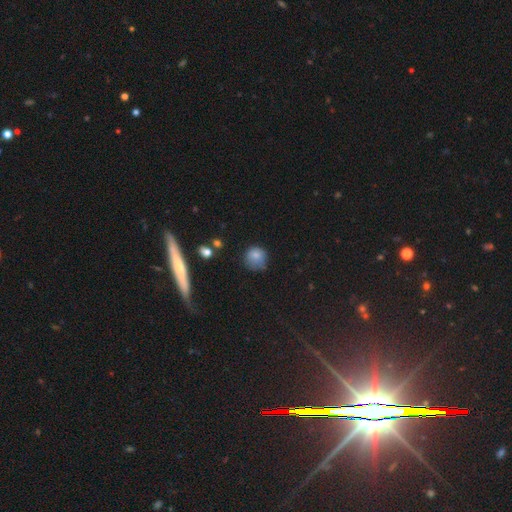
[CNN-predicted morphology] type=smooth (79%); roundness=round (86%); merging=none (61%).